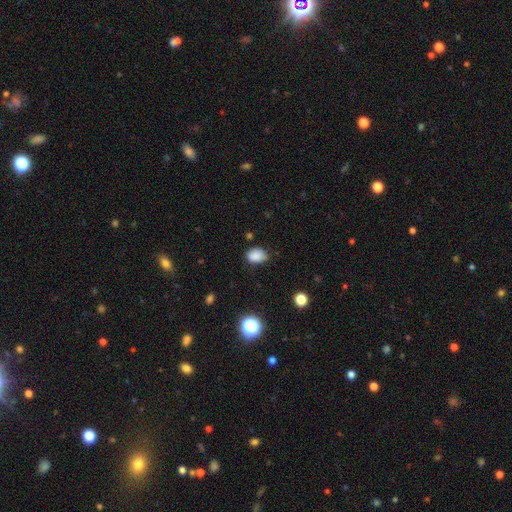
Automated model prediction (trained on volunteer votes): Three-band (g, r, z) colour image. It shows a smooth galaxy with no disk features (86%) that is in between round and cigar-shaped (76%). Merging: none (70%).